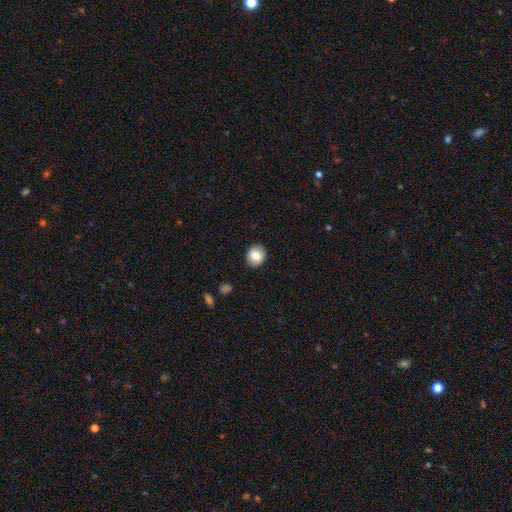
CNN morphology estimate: smooth 84%, star or artifact 8%, featured or disk 8%. Down the decision tree: how rounded — round (71%); merging — none (89%).